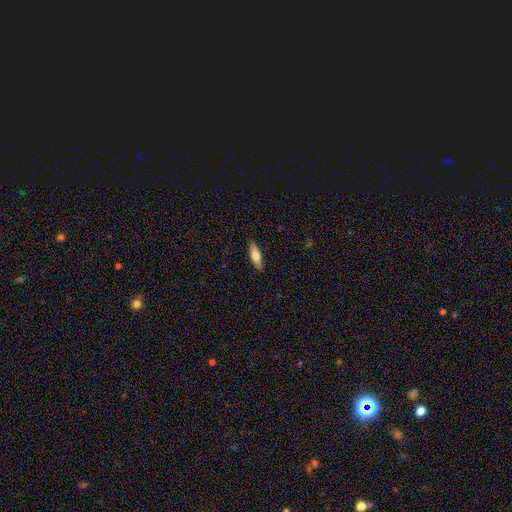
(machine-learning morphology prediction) A smooth galaxy with no disk features (74%) that is in between round and cigar-shaped (51%).

Vote fractions:
- Smooth or featured? smooth: 74% / featured or disk: 20% / star or artifact: 6%
- How rounded? in between: 51% / cigar-shaped: 47% / round: 2%
- Merging? none: 88% / minor disturbance: 9% / major disturbance: 2% / merger: 1%